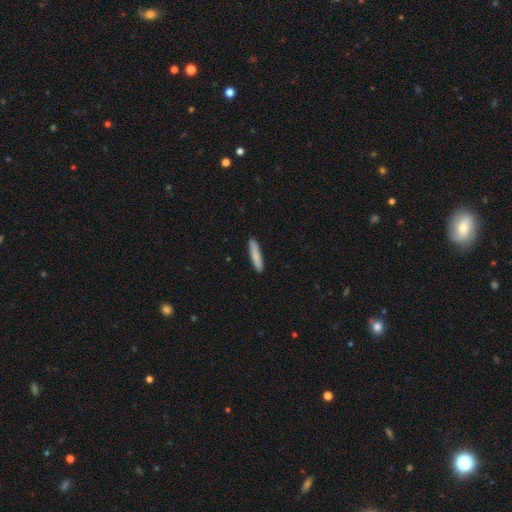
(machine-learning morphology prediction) A smooth galaxy with no disk features (82%) that is cigar-shaped (88%). Merging: none (89%).